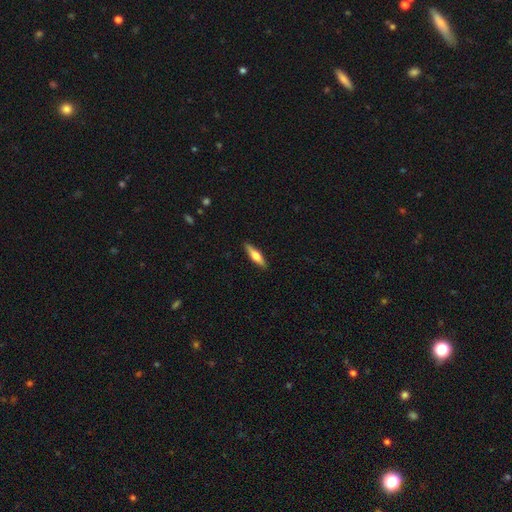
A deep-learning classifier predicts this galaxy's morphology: The model was most divided on "smooth or featured": smooth: 50%, featured or disk: 44%, star or artifact: 6%. More confident: merging — none (90%); how rounded — cigar-shaped (73%).